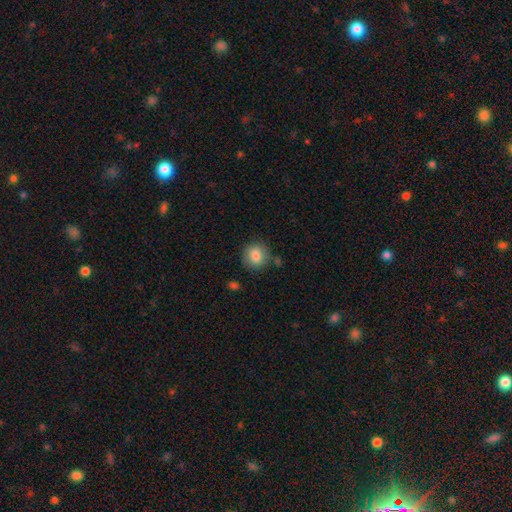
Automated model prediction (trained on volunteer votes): A smooth galaxy with no disk features (82%) that is round (86%). Merging: none (80%).